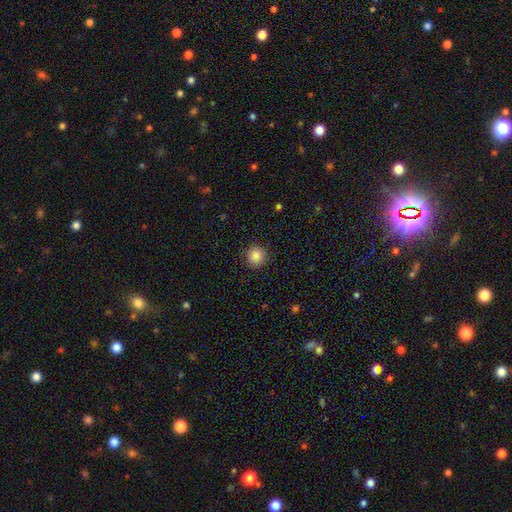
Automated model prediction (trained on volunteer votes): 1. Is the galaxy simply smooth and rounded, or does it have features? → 87% smooth, 10% star or artifact, 4% featured or disk.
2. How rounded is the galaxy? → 94% round, 5% in between, 1% cigar-shaped.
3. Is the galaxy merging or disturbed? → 91% none, 6% minor disturbance, 2% major disturbance, 1% merger.